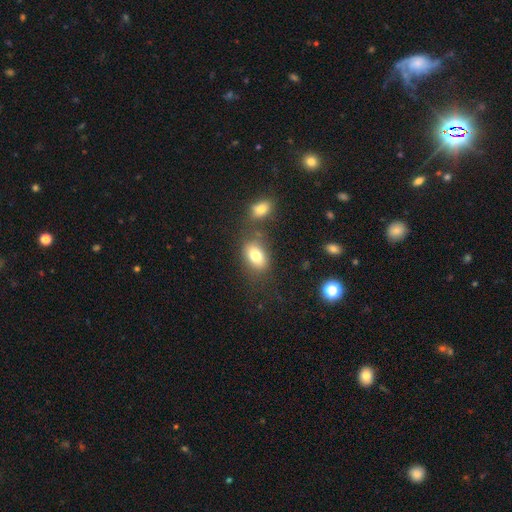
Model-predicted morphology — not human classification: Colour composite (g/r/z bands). It shows a smooth galaxy with no disk features (79%) that is in between round and cigar-shaped (82%). Merging: none (64%).